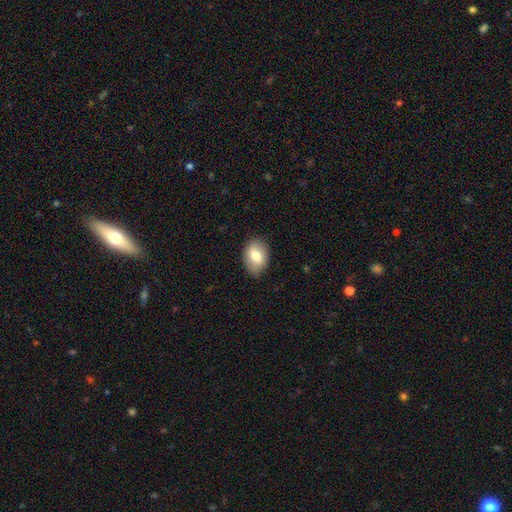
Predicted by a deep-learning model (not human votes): Smooth or featured? Predicted: smooth (p=0.78). How rounded? Predicted: in between (p=0.79). Merging? Predicted: none (p=0.84).